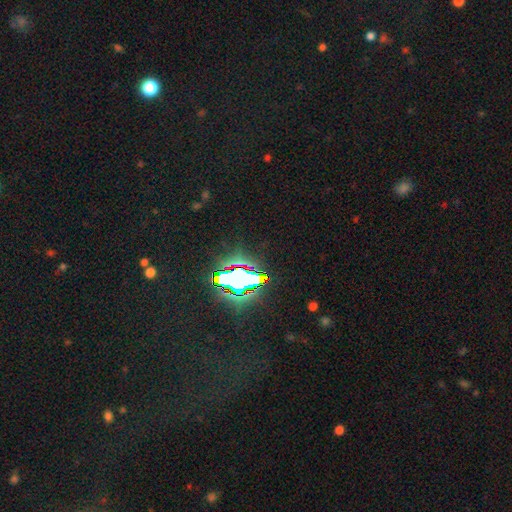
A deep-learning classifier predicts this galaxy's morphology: A star or artifact, not a galaxy (78%).